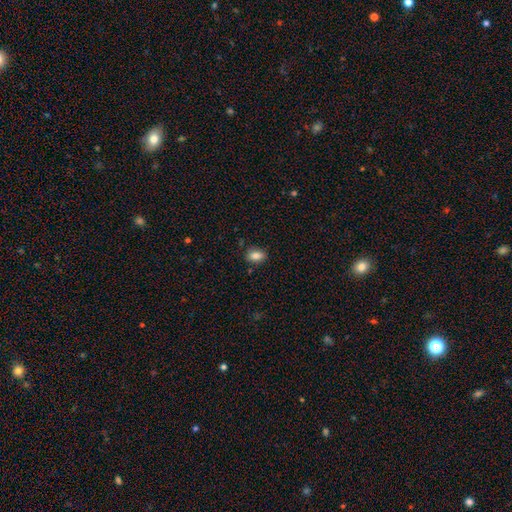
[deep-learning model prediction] A smooth galaxy with no disk features (83%) that is in between round and cigar-shaped (82%).

Vote fractions:
- Smooth or featured? smooth: 83% / star or artifact: 9% / featured or disk: 8%
- How rounded? in between: 82% / round: 16% / cigar-shaped: 2%
- Merging? none: 83% / minor disturbance: 12% / merger: 3% / major disturbance: 2%